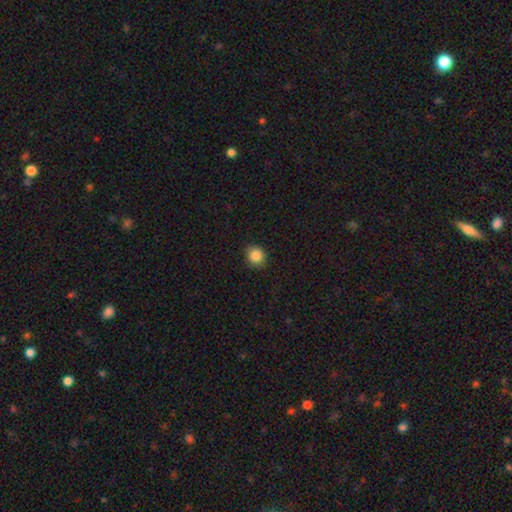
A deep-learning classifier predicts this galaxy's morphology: Smooth or featured: smooth — 87% (star or artifact — 10%)
How rounded: round — 81% (in between — 18%)
Merging: none — 88% (minor disturbance — 9%)